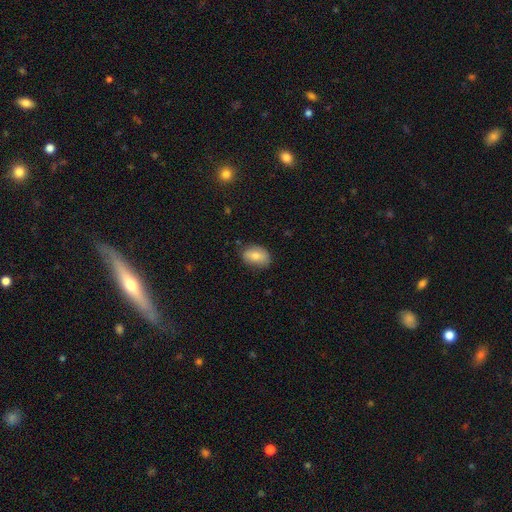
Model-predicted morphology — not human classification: Smooth or featured: smooth — 75% (featured or disk — 17%)
How rounded: in between — 84% (round — 14%)
Merging: none — 75% (minor disturbance — 20%)